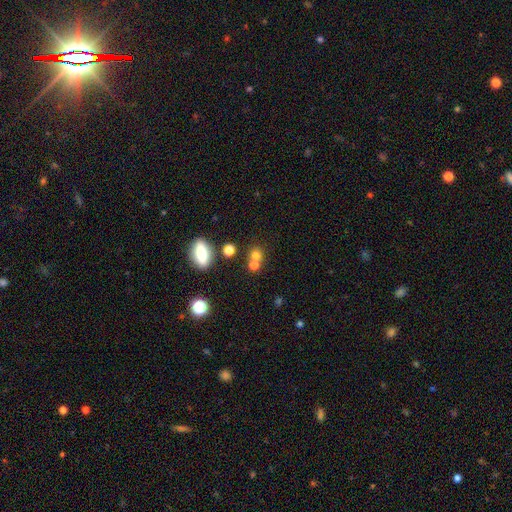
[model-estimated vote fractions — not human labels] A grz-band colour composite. It shows a smooth galaxy with no disk features (72%) that is round (81%). Merging: none (52%).